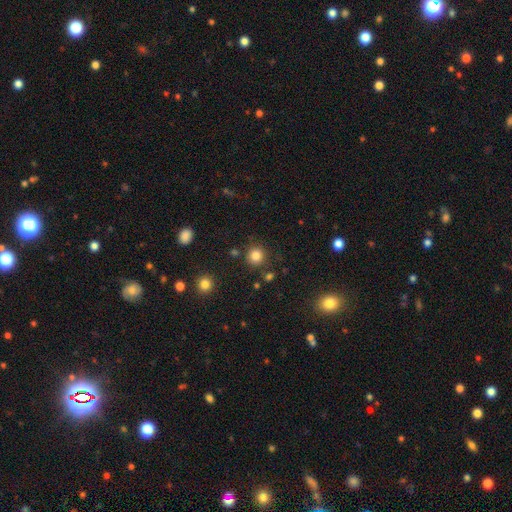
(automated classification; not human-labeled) Smooth or featured?
  - smooth: 82% *
  - star or artifact: 13%
  - featured or disk: 5%
How rounded?
  - round: 93% *
  - in between: 6%
  - cigar-shaped: 1%
Merging?
  - none: 86% *
  - minor disturbance: 7%
  - merger: 4%
  - major disturbance: 3%